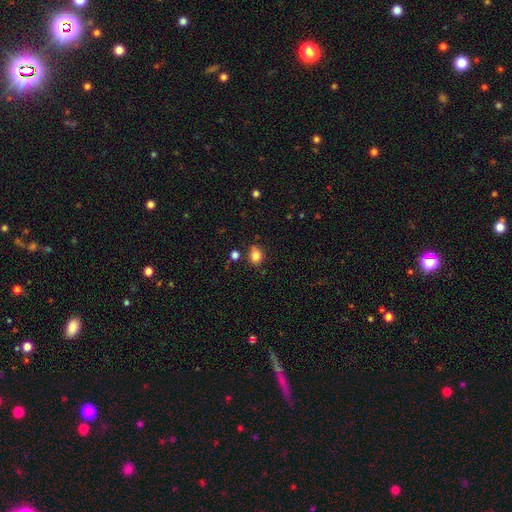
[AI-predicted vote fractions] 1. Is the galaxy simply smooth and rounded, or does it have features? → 83% smooth, 11% star or artifact, 6% featured or disk.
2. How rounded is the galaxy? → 57% round, 42% in between, 1% cigar-shaped.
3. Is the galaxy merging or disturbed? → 78% none, 14% minor disturbance, 5% merger, 3% major disturbance.